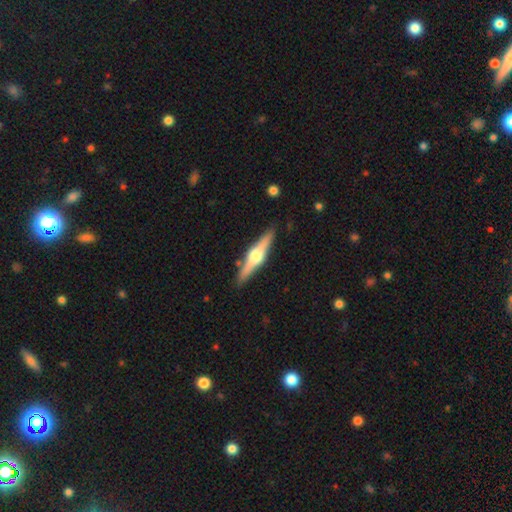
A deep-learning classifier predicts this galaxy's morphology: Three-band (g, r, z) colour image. It shows a featured or disk galaxy (74%) viewed edge-on (98%) with a rounded central bulge (94%). Merging: none (88%).